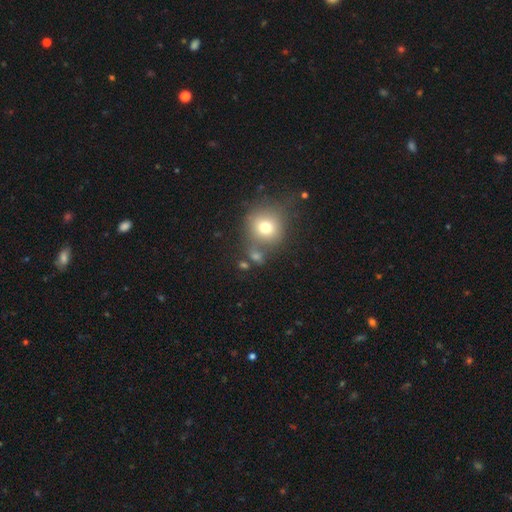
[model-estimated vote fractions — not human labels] A smooth galaxy with no disk features (68%) that is round (77%).

Vote fractions:
- Smooth or featured? smooth: 68% / star or artifact: 19% / featured or disk: 13%
- How rounded? round: 77% / in between: 21% / cigar-shaped: 2%
- Merging? none: 57% / merger: 22% / minor disturbance: 14% / major disturbance: 8%